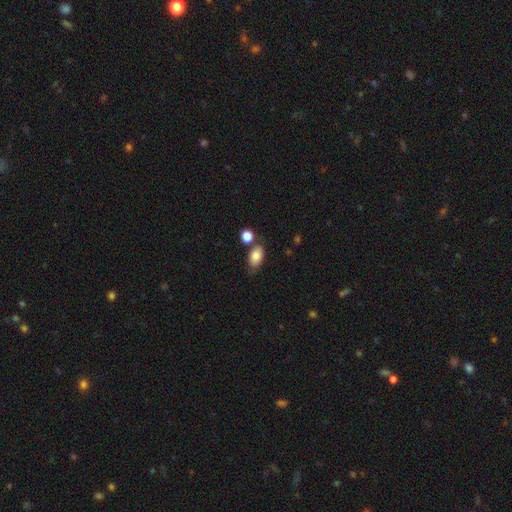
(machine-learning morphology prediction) Smooth or featured? smooth (83%)
How rounded? in between (86%)
Merging? none (62%)